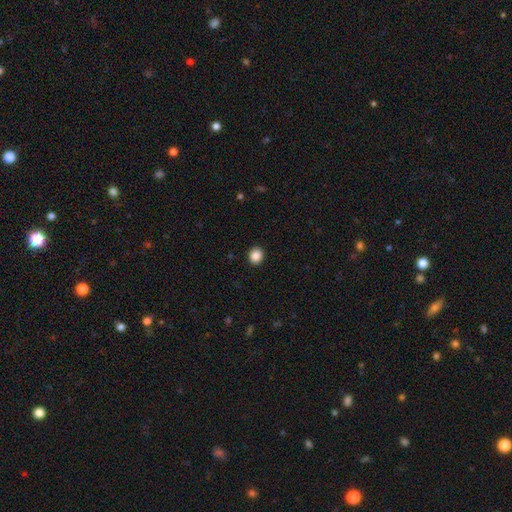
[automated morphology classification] Overall: smooth (88%). How rounded: round (75%). Merging: none (92%).